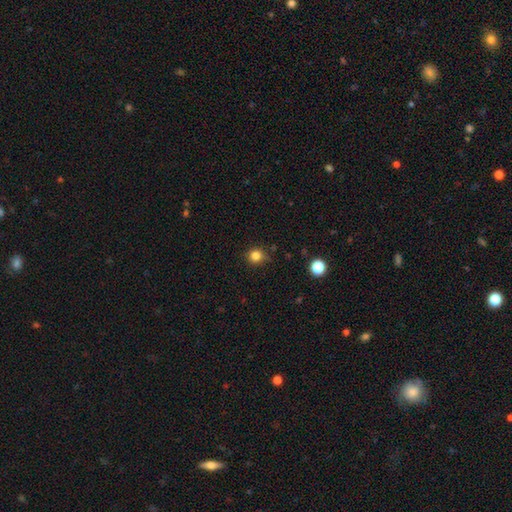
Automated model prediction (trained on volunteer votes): Smooth or featured?
  - smooth: 82% *
  - star or artifact: 13%
  - featured or disk: 5%
How rounded?
  - round: 89% *
  - in between: 10%
  - cigar-shaped: 1%
Merging?
  - none: 82% *
  - minor disturbance: 14%
  - major disturbance: 3%
  - merger: 2%